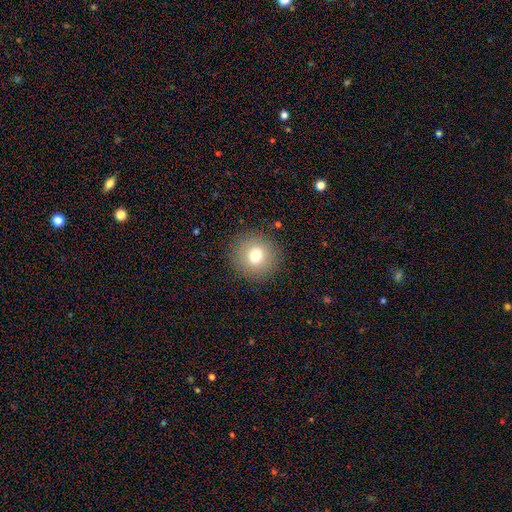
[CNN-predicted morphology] Smooth or featured: smooth — 75% (featured or disk — 13%)
How rounded: round — 94% (in between — 5%)
Merging: none — 89% (minor disturbance — 7%)